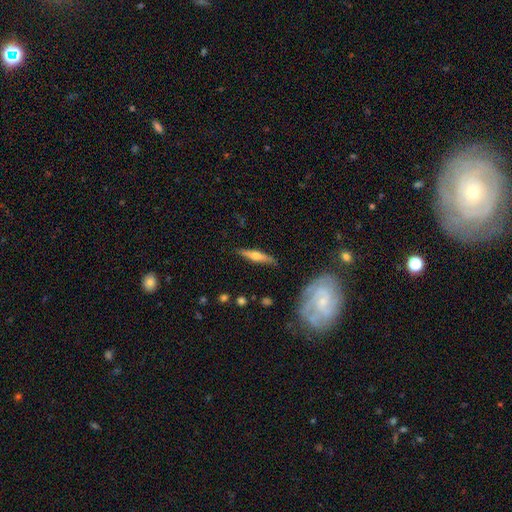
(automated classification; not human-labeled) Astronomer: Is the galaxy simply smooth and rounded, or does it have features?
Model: featured or disk — 62%.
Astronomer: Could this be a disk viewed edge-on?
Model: yes — 94%.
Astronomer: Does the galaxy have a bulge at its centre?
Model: rounded — 91%.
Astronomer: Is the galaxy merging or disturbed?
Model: none — 87%.